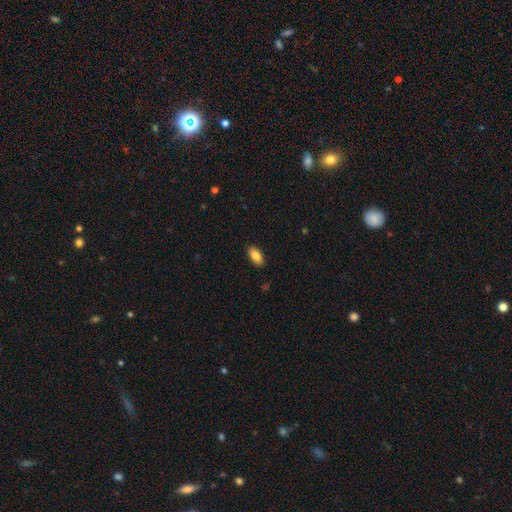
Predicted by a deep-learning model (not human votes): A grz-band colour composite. It shows a smooth galaxy with no disk features (84%) that is in between round and cigar-shaped (89%). Merging: none (90%).